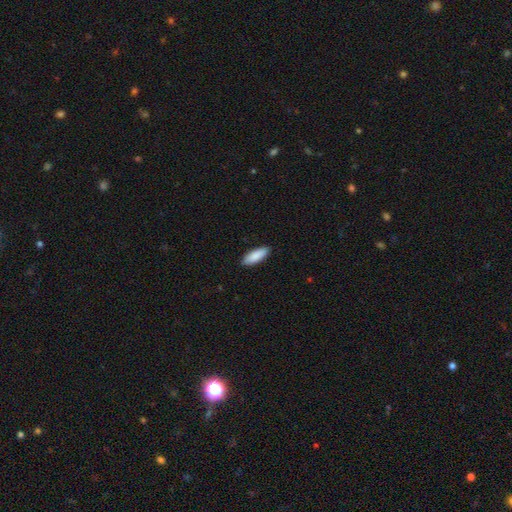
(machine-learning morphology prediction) A smooth galaxy with no disk features (89%) that is in between round and cigar-shaped (65%).

Vote fractions:
- Smooth or featured? smooth: 89% / featured or disk: 6% / star or artifact: 5%
- How rounded? in between: 65% / cigar-shaped: 33% / round: 1%
- Merging? none: 89% / minor disturbance: 8% / major disturbance: 2% / merger: 1%